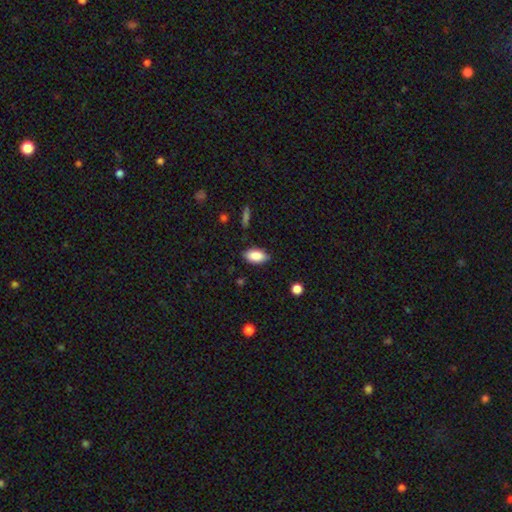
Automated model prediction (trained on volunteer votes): Smooth or featured: smooth — 88% (star or artifact — 7%)
How rounded: in between — 93% (cigar-shaped — 4%)
Merging: none — 84% (minor disturbance — 12%)